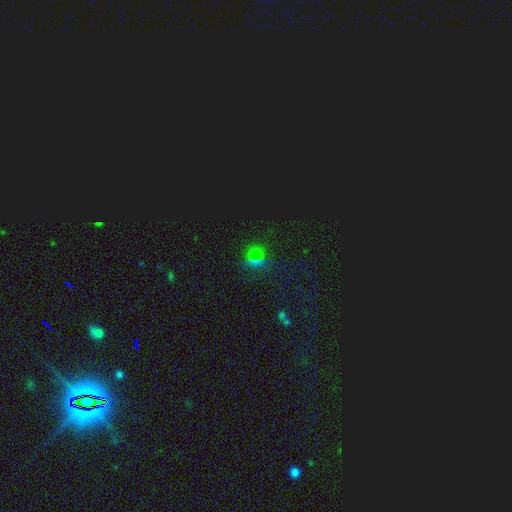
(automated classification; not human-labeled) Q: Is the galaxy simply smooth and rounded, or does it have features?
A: star or artifact — 51%.